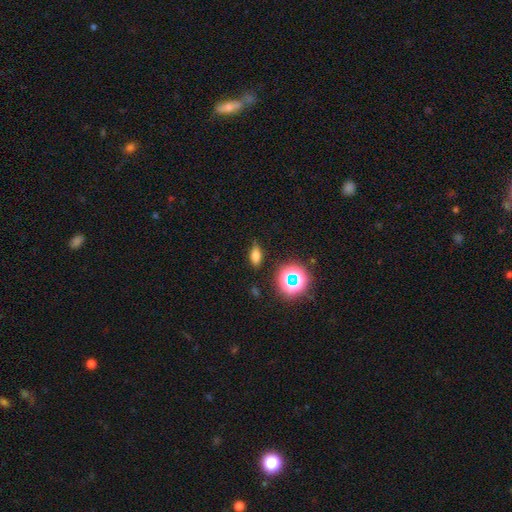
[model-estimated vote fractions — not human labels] Morphology: type=smooth (68%); roundness=in between (77%); merging=none (82%).